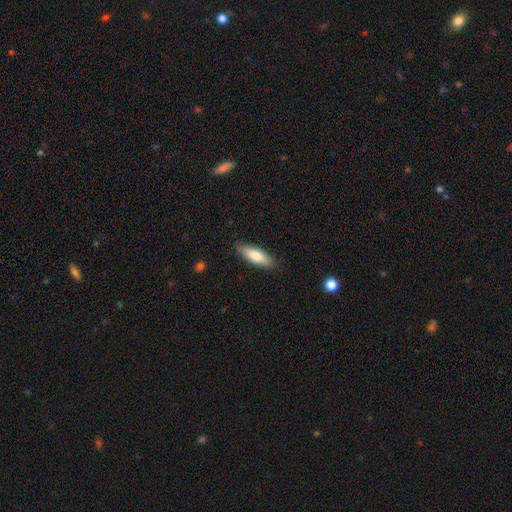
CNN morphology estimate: Smooth or featured? Predicted: smooth (p=0.74). How rounded? Predicted: cigar-shaped (p=0.50). Merging? Predicted: none (p=0.86).